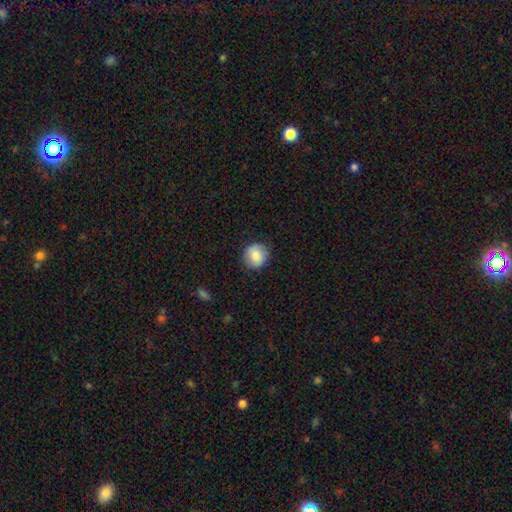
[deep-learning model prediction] This is clearly a smooth galaxy (84%). How rounded: clearly round (88%). Merging: clearly none (87%).